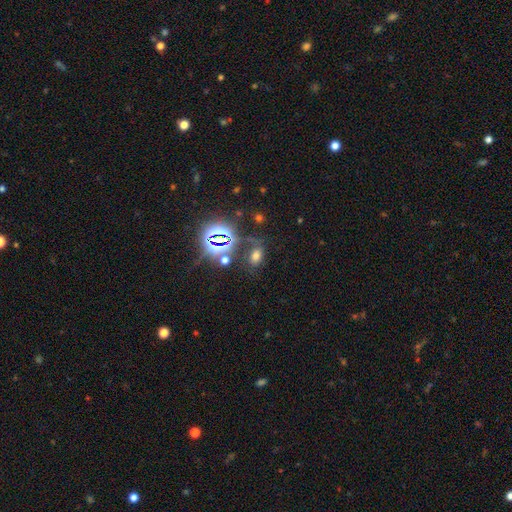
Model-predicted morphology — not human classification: smooth_or_featured: smooth (p=0.54) [alt: star or artifact p=0.36]
how_rounded: in between (p=0.81) [alt: round p=0.17]
merging: none (p=0.66) [alt: minor disturbance p=0.17]